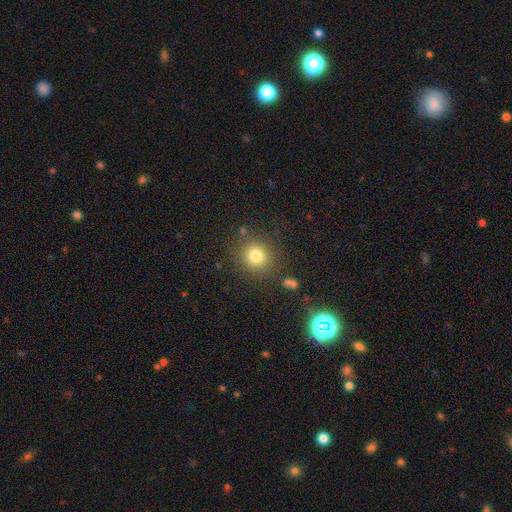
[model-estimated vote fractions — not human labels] Smooth or featured: smooth — 80% (star or artifact — 13%)
How rounded: round — 87% (in between — 12%)
Merging: none — 84% (minor disturbance — 9%)